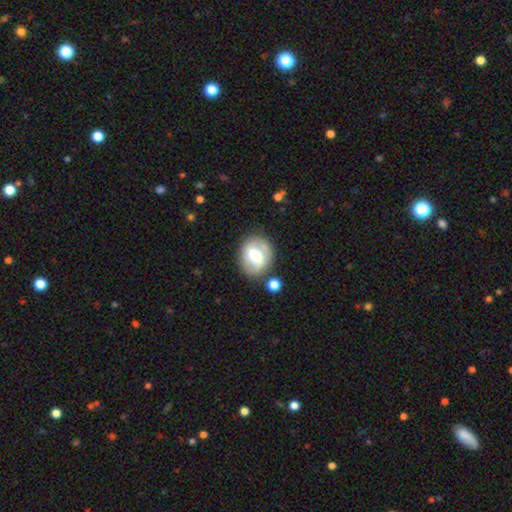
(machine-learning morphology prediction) A featured or disk galaxy (57%) with a weak bar (48%), spiral arms (73%) and a moderate central bulge (62%). Merging: none (75%).